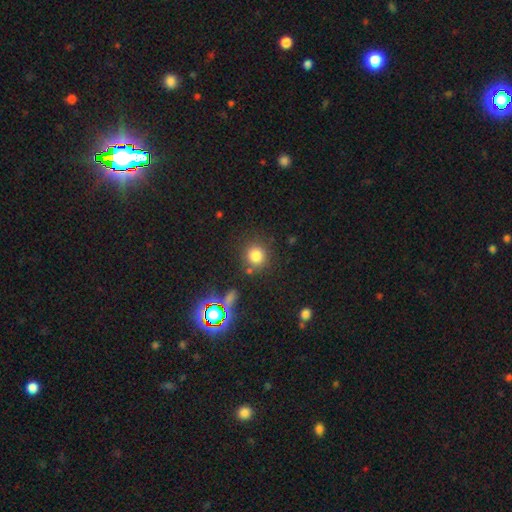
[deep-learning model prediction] Q: Smooth or featured?
A: smooth (78%); runner-up: star or artifact (16%)
Q: How rounded?
A: round (89%); runner-up: in between (10%)
Q: Merging?
A: none (80%); runner-up: minor disturbance (10%)